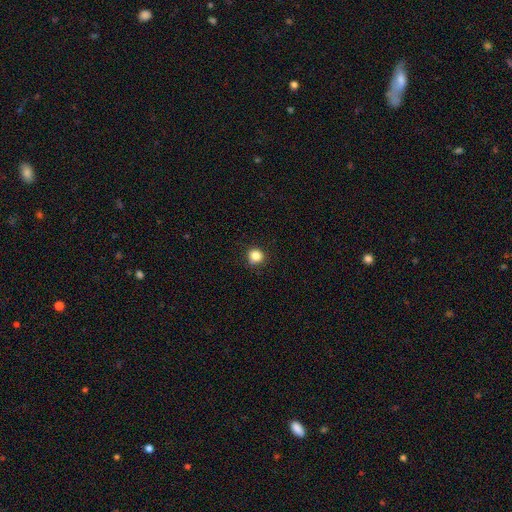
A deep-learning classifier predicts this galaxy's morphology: Smooth or featured?
  - smooth: 84% *
  - star or artifact: 12%
  - featured or disk: 4%
How rounded?
  - round: 89% *
  - in between: 10%
  - cigar-shaped: 1%
Merging?
  - none: 85% *
  - minor disturbance: 11%
  - major disturbance: 2%
  - merger: 1%